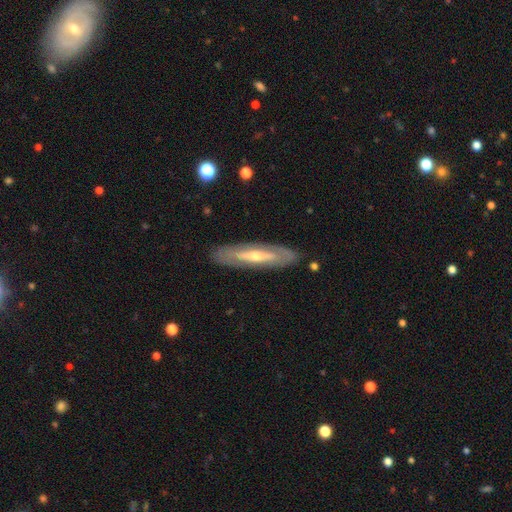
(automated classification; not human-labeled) The model was most divided on "edge-on disk": yes: 51%, no: 49%. More confident: merging — none (86%); smooth or featured — featured or disk (69%).